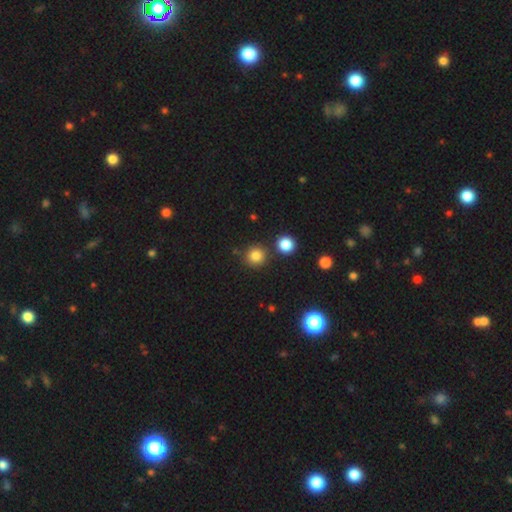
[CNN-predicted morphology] Smooth or featured? Predicted: smooth (p=0.82). How rounded? Predicted: round (p=0.93). Merging? Predicted: none (p=0.84).